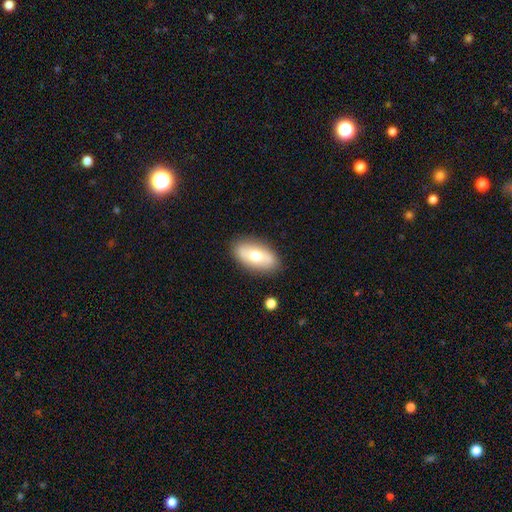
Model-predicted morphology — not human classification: Smooth or featured: smooth — 59% (featured or disk — 34%)
How rounded: in between — 90% (cigar-shaped — 5%)
Merging: none — 86% (minor disturbance — 10%)